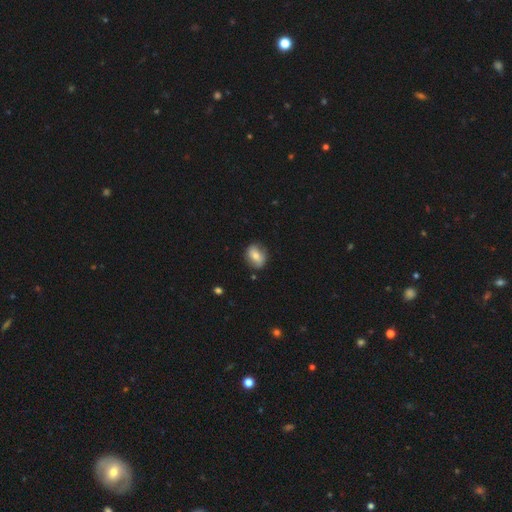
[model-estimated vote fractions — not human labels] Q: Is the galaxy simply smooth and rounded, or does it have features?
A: smooth — 67%.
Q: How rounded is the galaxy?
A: in between — 61%.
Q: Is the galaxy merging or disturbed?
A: none — 80%.